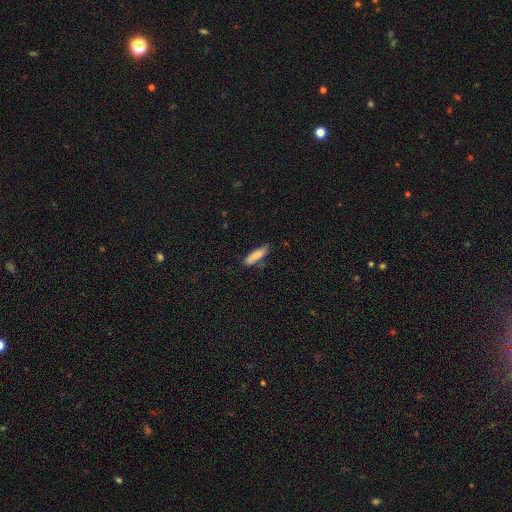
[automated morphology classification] smooth 84%, featured or disk 9%, star or artifact 7%. Down the decision tree: how rounded — cigar-shaped (64%); merging — none (68%).